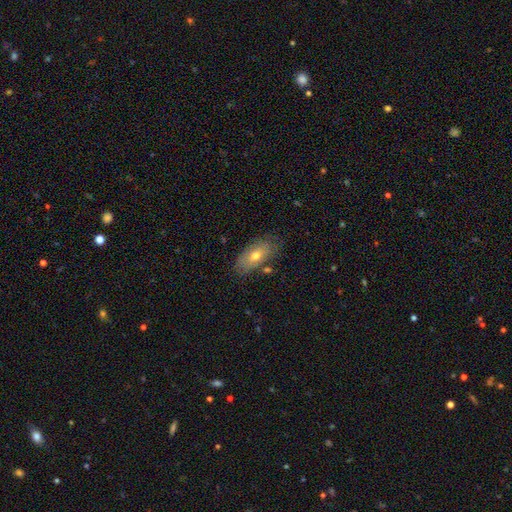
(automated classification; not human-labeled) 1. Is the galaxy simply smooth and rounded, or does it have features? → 62% smooth, 31% featured or disk, 7% star or artifact.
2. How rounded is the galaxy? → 89% in between, 7% cigar-shaped, 5% round.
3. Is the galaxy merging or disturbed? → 74% none, 18% minor disturbance, 4% major disturbance, 4% merger.